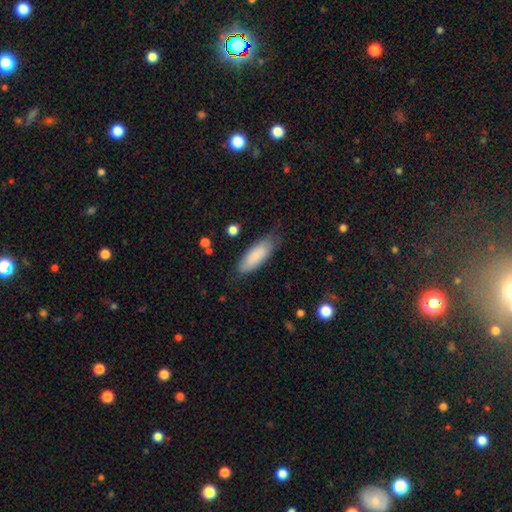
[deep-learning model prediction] The model was most divided on "how rounded": in between: 69%, cigar-shaped: 30%, round: 2%. More confident: smooth or featured — smooth (84%); merging — none (72%).